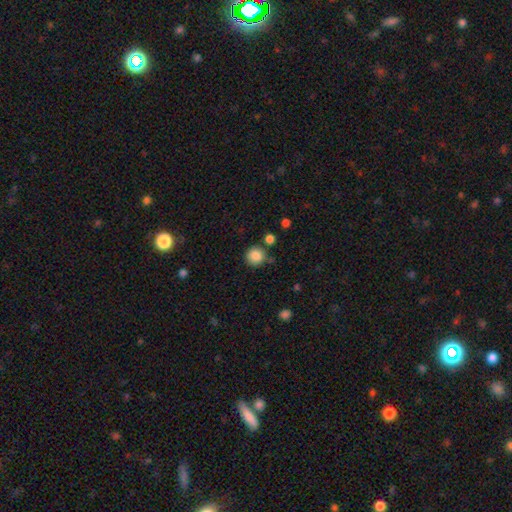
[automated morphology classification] Smooth or featured? smooth (87%)
How rounded? round (93%)
Merging? none (80%)